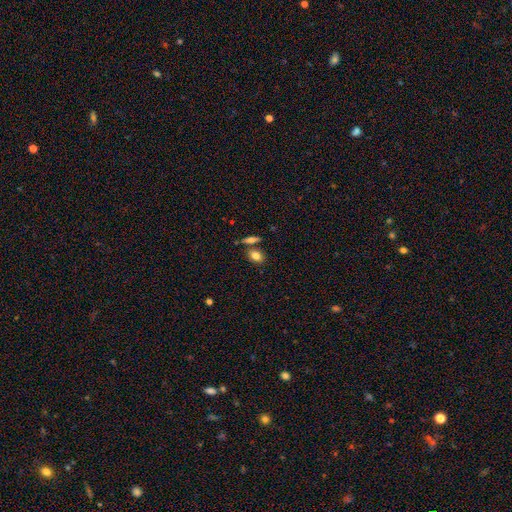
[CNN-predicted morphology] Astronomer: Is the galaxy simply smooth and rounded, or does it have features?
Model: smooth — 80%.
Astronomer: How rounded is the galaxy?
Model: in between — 79%.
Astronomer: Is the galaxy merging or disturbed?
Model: none — 67%.